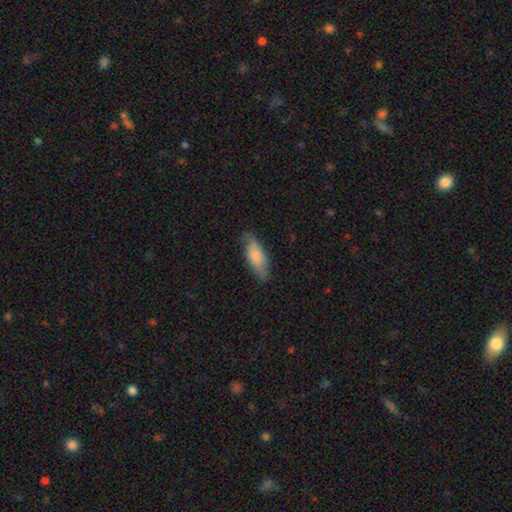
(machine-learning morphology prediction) Smooth or featured?
  - smooth: 76% *
  - featured or disk: 18%
  - star or artifact: 6%
How rounded?
  - in between: 69% *
  - cigar-shaped: 29%
  - round: 2%
Merging?
  - none: 74% *
  - minor disturbance: 21%
  - major disturbance: 4%
  - merger: 1%